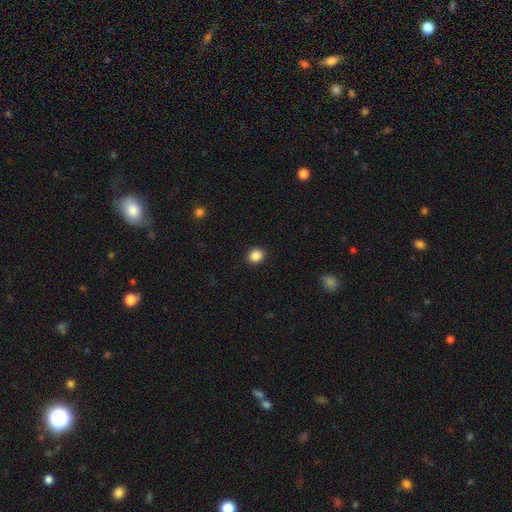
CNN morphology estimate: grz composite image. It shows a smooth galaxy with no disk features (87%) that is round (72%). Merging: none (91%).